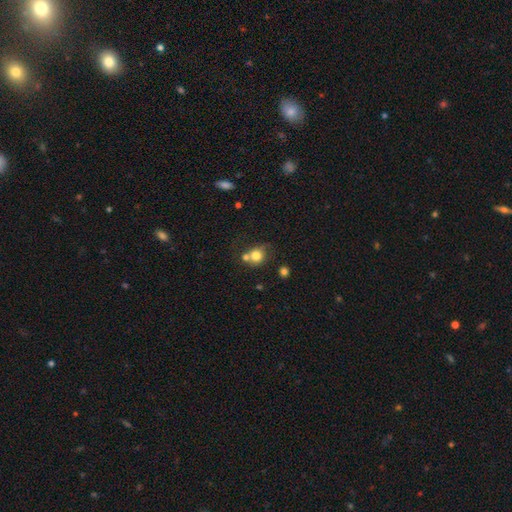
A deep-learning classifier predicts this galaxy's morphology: The model was most divided on "merging": none: 47%, merger: 33%, minor disturbance: 14%, major disturbance: 6%. More confident: how rounded — round (79%); smooth or featured — smooth (77%).